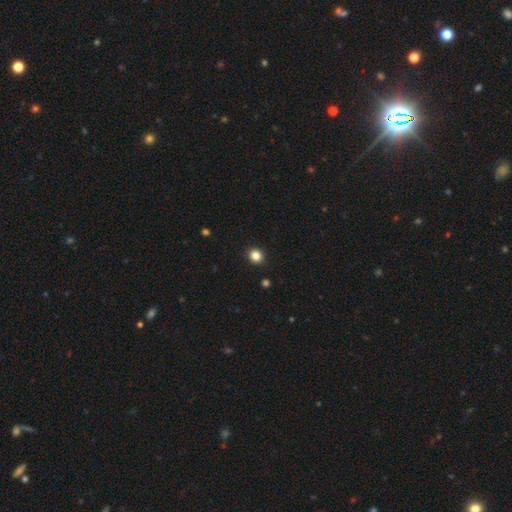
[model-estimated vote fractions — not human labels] Q: Smooth or featured?
A: smooth (84%); runner-up: star or artifact (12%)
Q: How rounded?
A: round (84%); runner-up: in between (15%)
Q: Merging?
A: none (92%); runner-up: minor disturbance (5%)